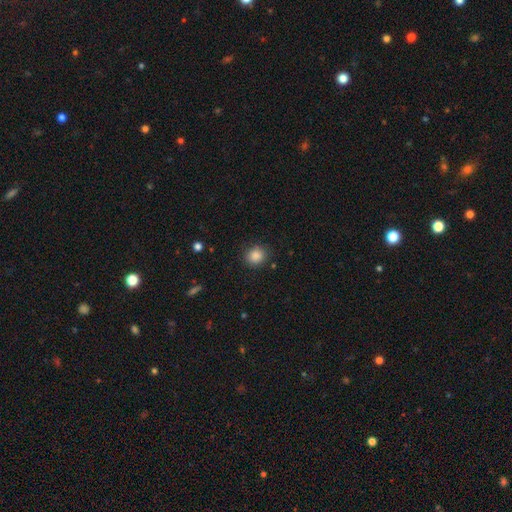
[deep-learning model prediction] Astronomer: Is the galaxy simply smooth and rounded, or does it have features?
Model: smooth — 86%.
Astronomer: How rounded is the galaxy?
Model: round — 79%.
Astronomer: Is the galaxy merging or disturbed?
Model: none — 86%.